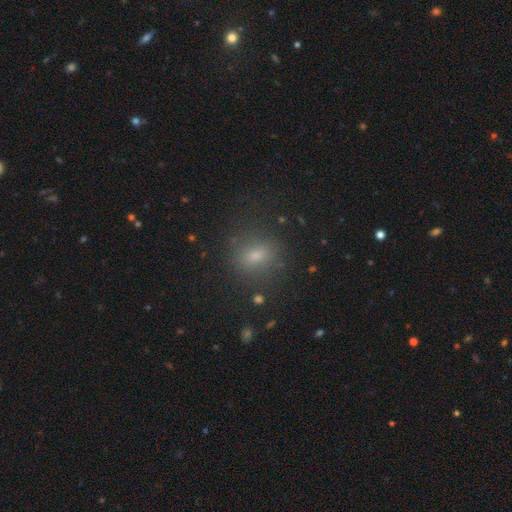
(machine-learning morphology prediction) Smooth or featured?
  - smooth: 72% *
  - star or artifact: 17%
  - featured or disk: 11%
How rounded?
  - round: 53% *
  - in between: 44%
  - cigar-shaped: 3%
Merging?
  - none: 81% *
  - minor disturbance: 12%
  - major disturbance: 5%
  - merger: 2%